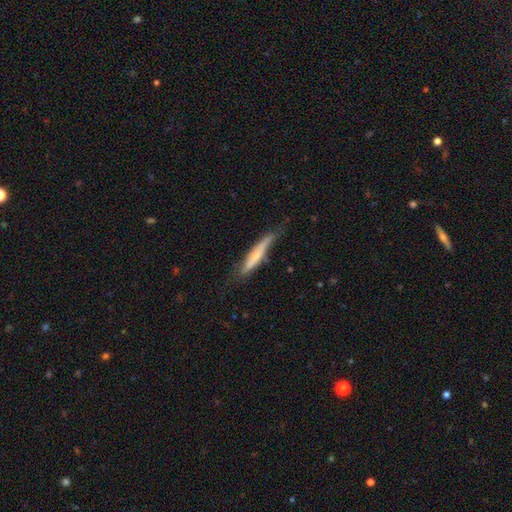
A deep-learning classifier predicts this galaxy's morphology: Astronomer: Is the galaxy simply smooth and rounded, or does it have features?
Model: featured or disk — 47%, tied with smooth at 47%.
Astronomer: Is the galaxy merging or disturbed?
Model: none — 58%.